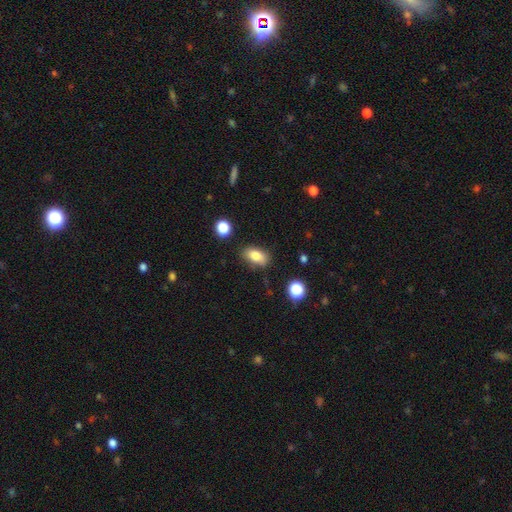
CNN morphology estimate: The model was most divided on "merging": none: 80%, minor disturbance: 15%, major disturbance: 3%, merger: 3%. More confident: how rounded — in between (87%); smooth or featured — smooth (82%).